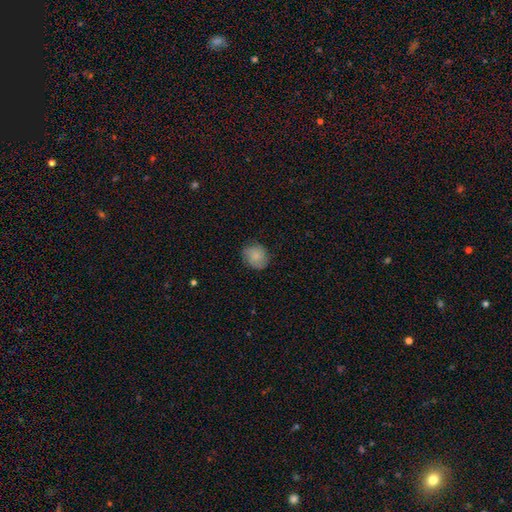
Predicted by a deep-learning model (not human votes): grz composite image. It shows a smooth galaxy with no disk features (78%) that is round (76%). Merging: none (78%).